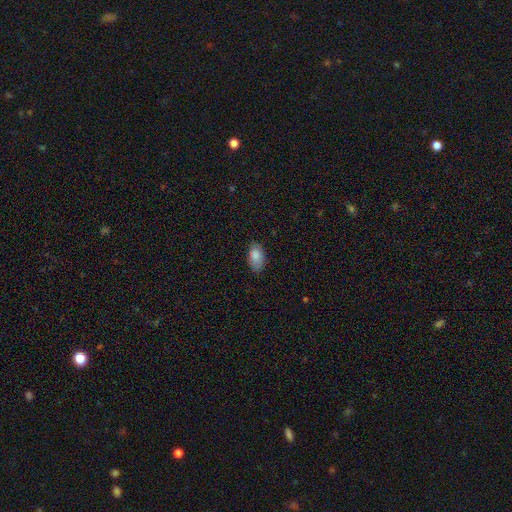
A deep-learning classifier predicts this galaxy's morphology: The model was most divided on "merging": none: 79%, minor disturbance: 17%, major disturbance: 3%, merger: 1%. More confident: how rounded — in between (93%); smooth or featured — smooth (84%).